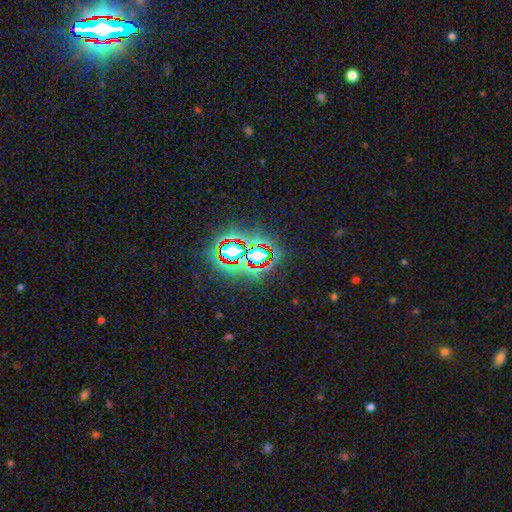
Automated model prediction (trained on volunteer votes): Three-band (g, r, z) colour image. It shows a star or artifact, not a galaxy (75%).